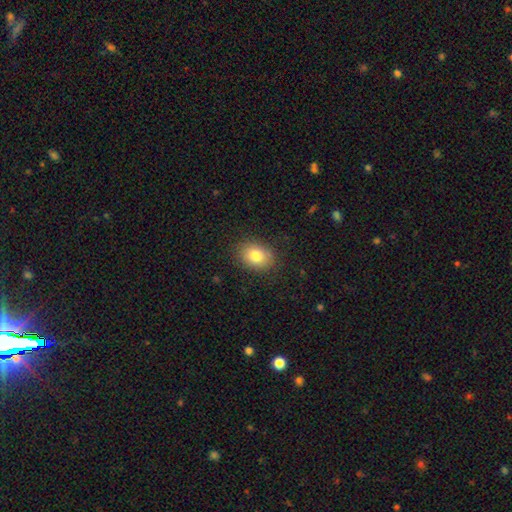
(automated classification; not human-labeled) Q: Smooth or featured?
A: smooth (81%); runner-up: featured or disk (10%)
Q: How rounded?
A: in between (64%); runner-up: round (35%)
Q: Merging?
A: none (86%); runner-up: minor disturbance (10%)